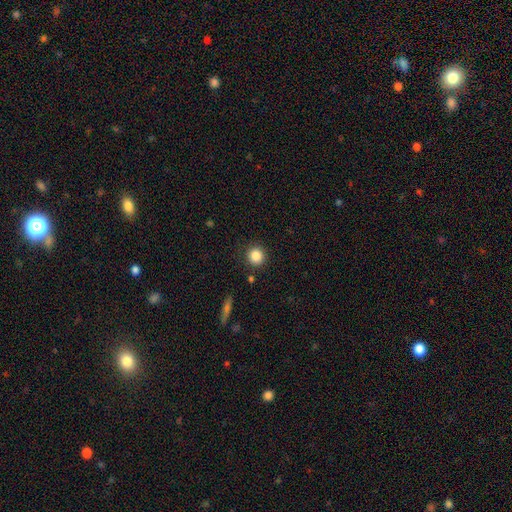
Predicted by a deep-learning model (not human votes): This is clearly a smooth galaxy (86%). How rounded: clearly round (92%). Merging: clearly none (87%).